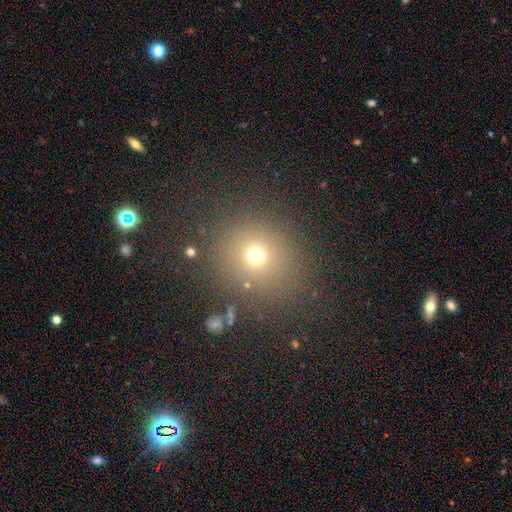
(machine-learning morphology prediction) type=smooth (67%); roundness=round (85%); merging=none (82%).